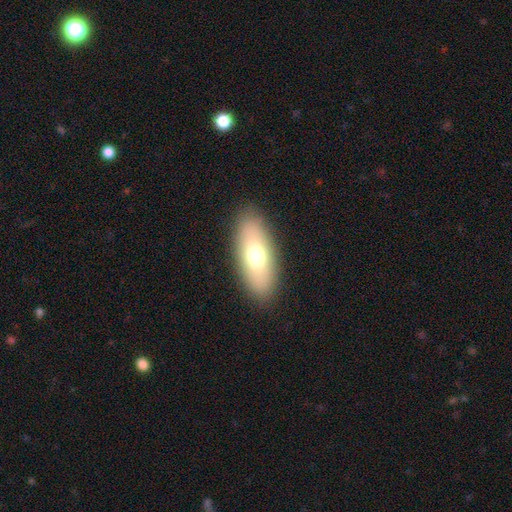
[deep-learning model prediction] A smooth galaxy with no disk features (71%) that is in between round and cigar-shaped (80%).

Vote fractions:
- Smooth or featured? smooth: 71% / featured or disk: 22% / star or artifact: 7%
- How rounded? in between: 80% / cigar-shaped: 17% / round: 3%
- Merging? none: 89% / minor disturbance: 8% / major disturbance: 2% / merger: 1%